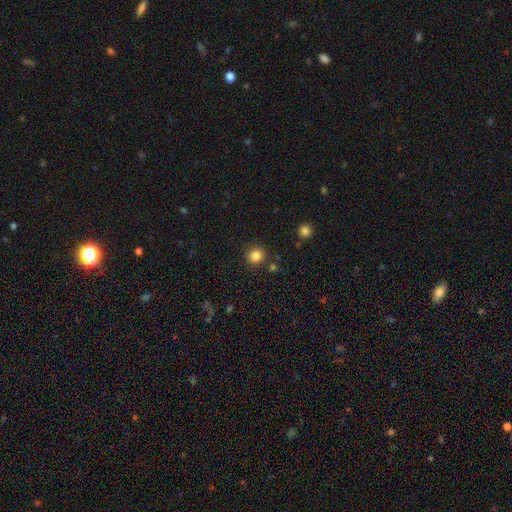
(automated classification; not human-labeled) Smooth or featured? Predicted: smooth (p=0.84). How rounded? Predicted: round (p=0.92). Merging? Predicted: none (p=0.88).